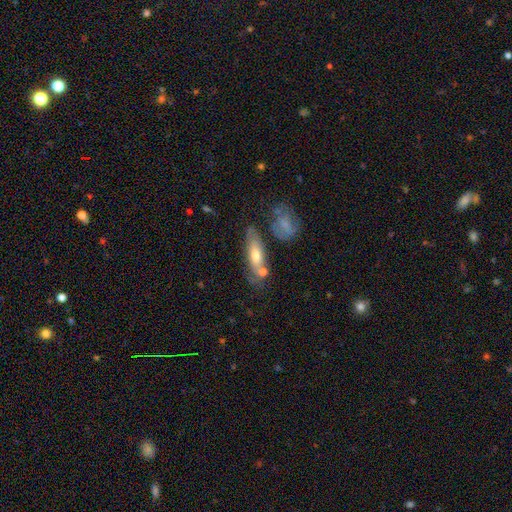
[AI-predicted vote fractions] Q: Smooth or featured?
A: smooth (56%); runner-up: featured or disk (36%)
Q: How rounded?
A: in between (53%); runner-up: cigar-shaped (44%)
Q: Merging?
A: none (57%); runner-up: minor disturbance (20%)